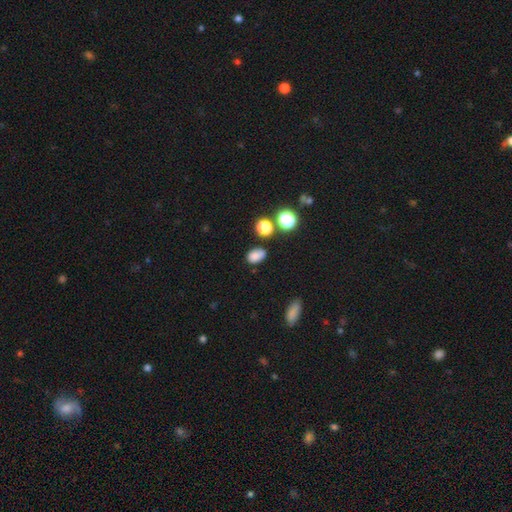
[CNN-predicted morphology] Smooth or featured: smooth — 81% (star or artifact — 13%)
How rounded: in between — 81% (round — 18%)
Merging: none — 71% (minor disturbance — 18%)